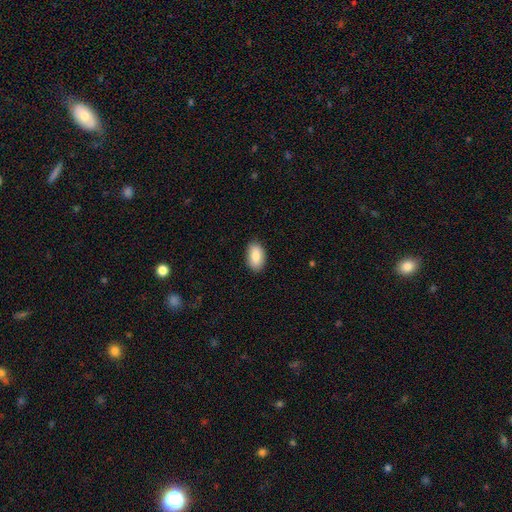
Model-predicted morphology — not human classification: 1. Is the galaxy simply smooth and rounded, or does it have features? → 85% smooth, 9% featured or disk, 7% star or artifact.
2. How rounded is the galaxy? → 93% in between, 5% round, 2% cigar-shaped.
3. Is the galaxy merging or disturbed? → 88% none, 9% minor disturbance, 2% major disturbance, 1% merger.